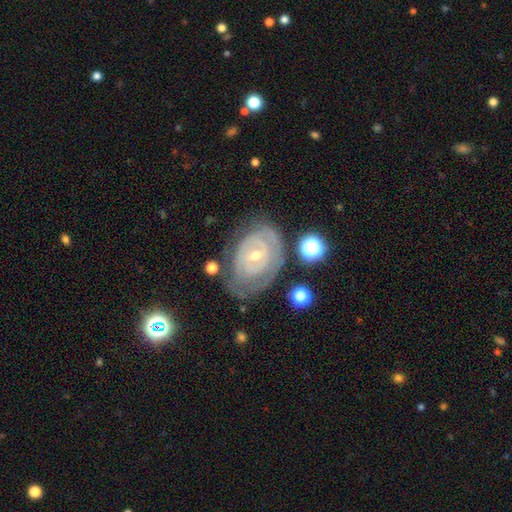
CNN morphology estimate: A featured or disk galaxy (80%) with no bar (59%), tight (75%) spiral arms (75%) and a small central bulge (59%). Merging: none (63%).